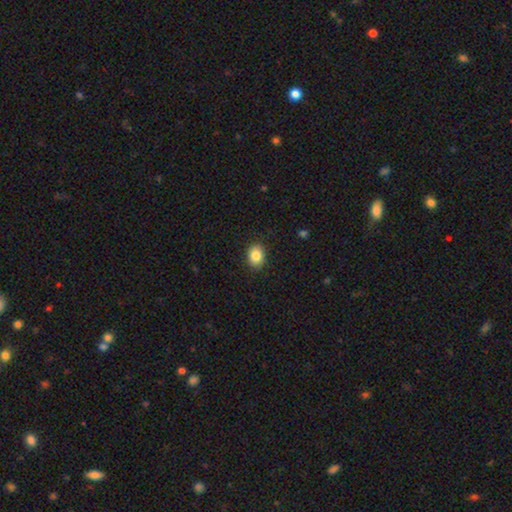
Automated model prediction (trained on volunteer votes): The model was most divided on "how rounded": in between: 58%, round: 41%, cigar-shaped: 1%. More confident: merging — none (89%); smooth or featured — smooth (85%).